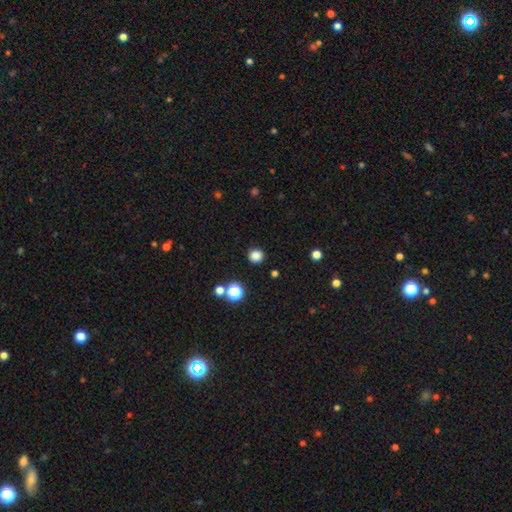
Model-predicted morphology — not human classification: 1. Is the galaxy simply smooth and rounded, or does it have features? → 83% smooth, 13% star or artifact, 4% featured or disk.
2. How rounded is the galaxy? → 92% round, 7% in between, 1% cigar-shaped.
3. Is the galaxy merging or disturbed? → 90% none, 6% minor disturbance, 2% major disturbance, 2% merger.